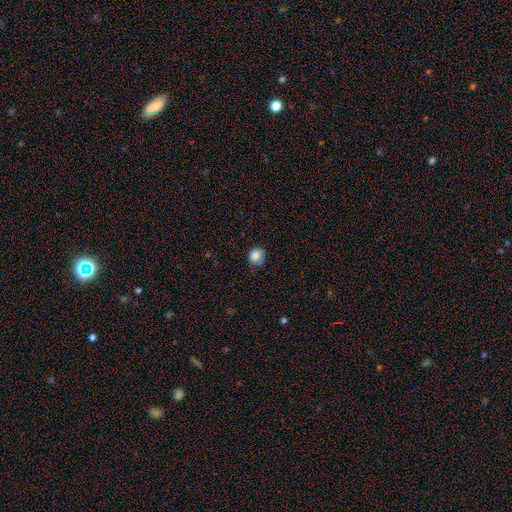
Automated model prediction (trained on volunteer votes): A smooth galaxy with no disk features (85%) that is round (78%).

Vote fractions:
- Smooth or featured? smooth: 85% / star or artifact: 10% / featured or disk: 5%
- How rounded? round: 78% / in between: 21% / cigar-shaped: 1%
- Merging? none: 67% / minor disturbance: 26% / major disturbance: 5% / merger: 2%